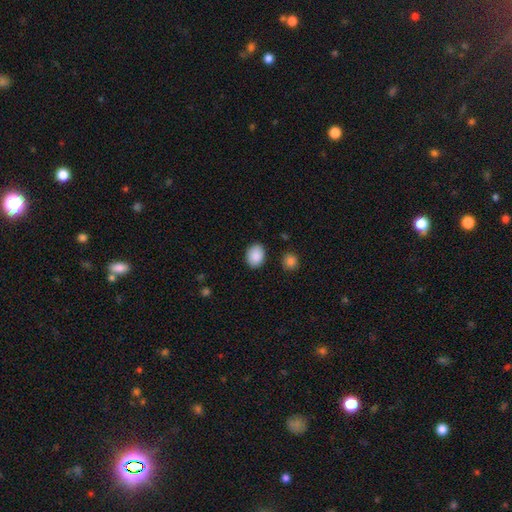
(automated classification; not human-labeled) Smooth or featured? Predicted: smooth (p=0.90). How rounded? Predicted: in between (p=0.65). Merging? Predicted: none (p=0.87).